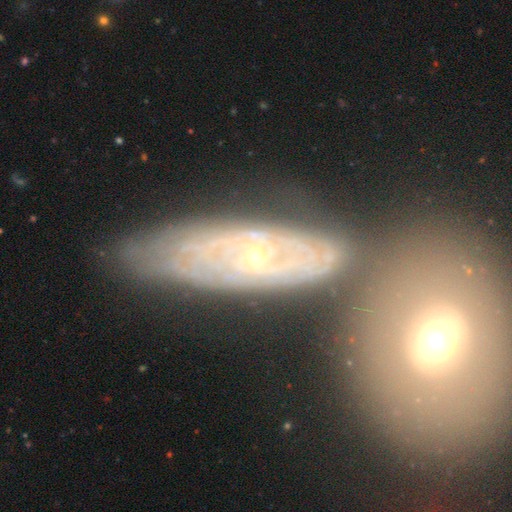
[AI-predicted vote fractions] Q: Smooth or featured?
A: featured or disk (82%); runner-up: smooth (11%)
Q: Edge-on disk?
A: no (86%); runner-up: yes (14%)
Q: Bar?
A: no (76%); runner-up: weak (18%)
Q: Spiral arms?
A: yes (85%); runner-up: no (15%)
Q: Spiral winding?
A: tight (76%); runner-up: medium (18%)
Q: Spiral arm count?
A: can't tell (54%); runner-up: 2 (16%)
Q: Bulge size?
A: small (76%); runner-up: moderate (20%)
Q: Merging?
A: none (56%); runner-up: minor disturbance (18%)